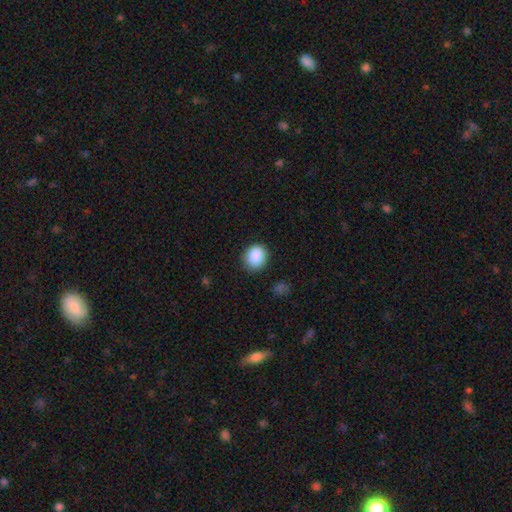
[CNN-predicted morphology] This is clearly a smooth galaxy (88%). How rounded: likely round (72%). Merging: clearly none (85%).